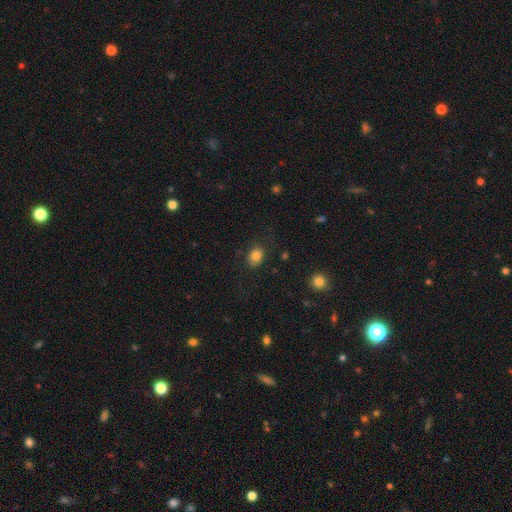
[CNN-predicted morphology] A smooth galaxy with no disk features (83%) that is in between round and cigar-shaped (63%).

Vote fractions:
- Smooth or featured? smooth: 83% / star or artifact: 10% / featured or disk: 7%
- How rounded? in between: 63% / round: 36% / cigar-shaped: 1%
- Merging? none: 80% / minor disturbance: 14% / major disturbance: 5% / merger: 1%